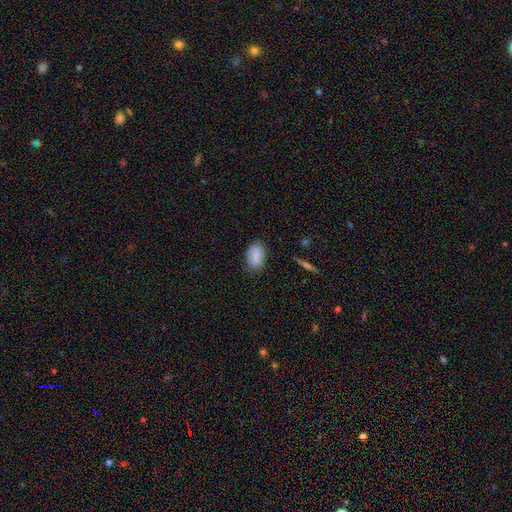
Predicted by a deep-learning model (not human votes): Smooth or featured: smooth — 75% (featured or disk — 17%)
How rounded: in between — 89% (round — 9%)
Merging: none — 78% (minor disturbance — 16%)